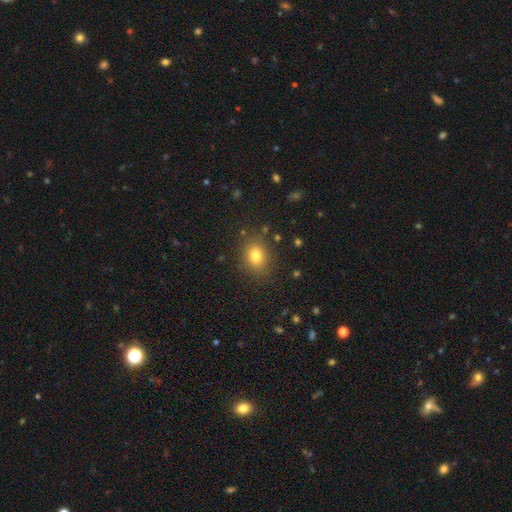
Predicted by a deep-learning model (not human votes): The model was most divided on "how rounded": round: 51%, in between: 48%, cigar-shaped: 1%. More confident: merging — none (84%); smooth or featured — smooth (79%).